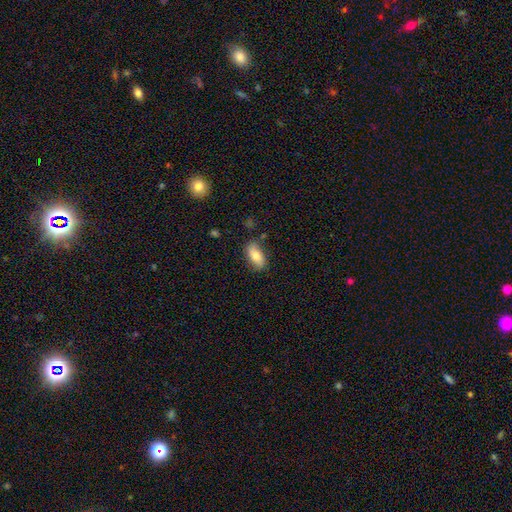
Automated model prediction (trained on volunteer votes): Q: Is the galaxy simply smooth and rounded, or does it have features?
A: smooth — 76%.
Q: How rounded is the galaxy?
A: in between — 87%.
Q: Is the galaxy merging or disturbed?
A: none — 77%.